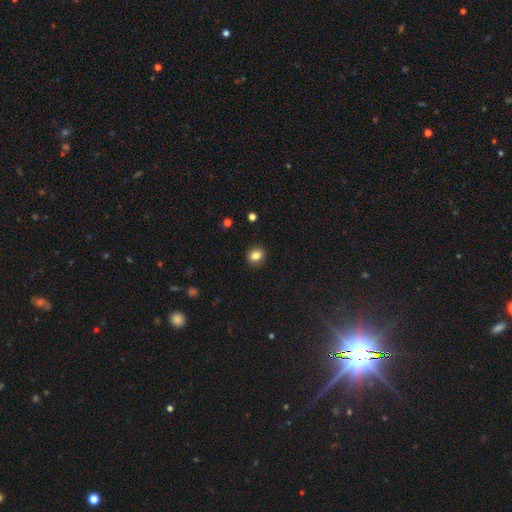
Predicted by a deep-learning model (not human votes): Q: Smooth or featured?
A: smooth (83%); runner-up: star or artifact (11%)
Q: How rounded?
A: round (69%); runner-up: in between (30%)
Q: Merging?
A: none (90%); runner-up: minor disturbance (7%)